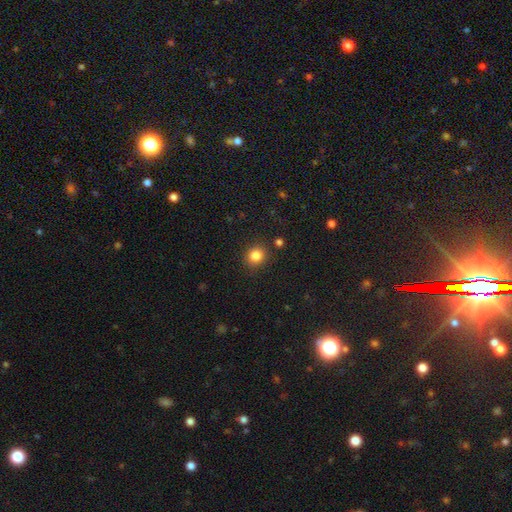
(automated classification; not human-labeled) Smooth or featured: smooth — 84% (star or artifact — 11%)
How rounded: round — 80% (in between — 19%)
Merging: none — 88% (minor disturbance — 7%)